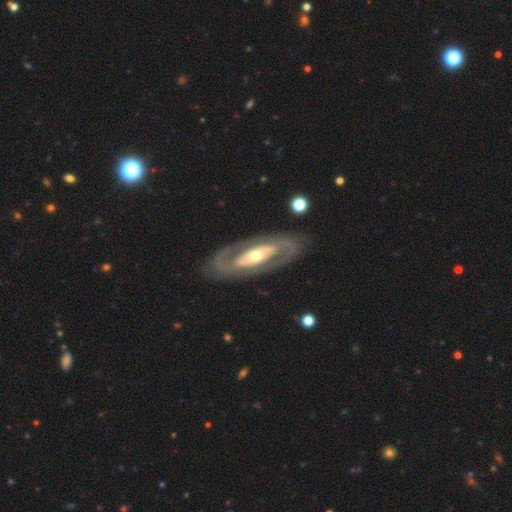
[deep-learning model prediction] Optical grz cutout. It shows a featured or disk galaxy (83%) with no bar (51%), 2 (82%) tight (44%) spiral arms (69%) and a moderate central bulge (59%). Merging: none (83%).